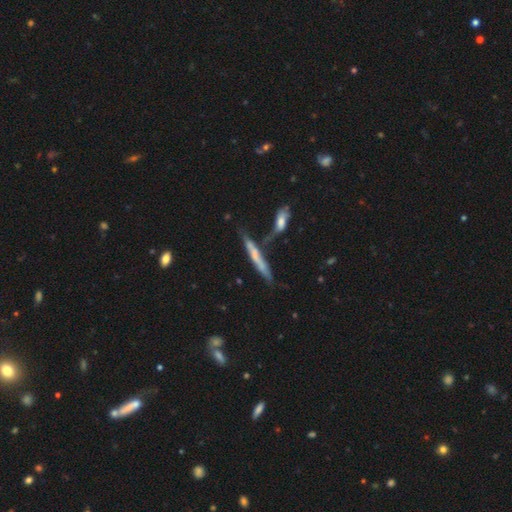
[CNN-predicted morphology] This is possibly a featured or disk galaxy (49%). Merging: possibly none (48%).